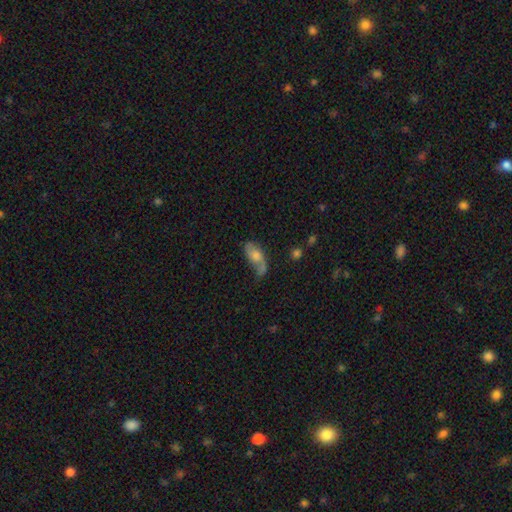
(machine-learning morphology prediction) This is possibly a featured or disk galaxy (46%). Merging: marginally none (42%).